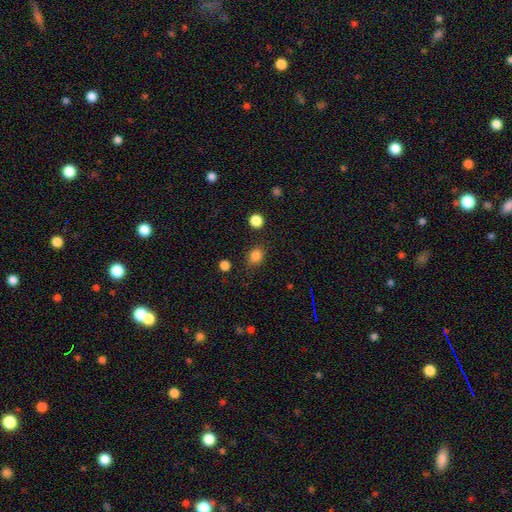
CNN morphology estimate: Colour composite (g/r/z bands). It shows a smooth galaxy with no disk features (84%) that is round (59%). Merging: none (80%).